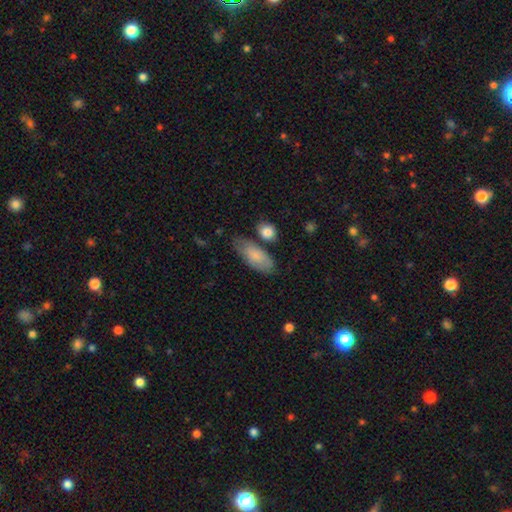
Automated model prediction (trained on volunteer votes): Smooth or featured: smooth — 77% (featured or disk — 17%)
How rounded: in between — 85% (cigar-shaped — 12%)
Merging: none — 63% (minor disturbance — 22%)